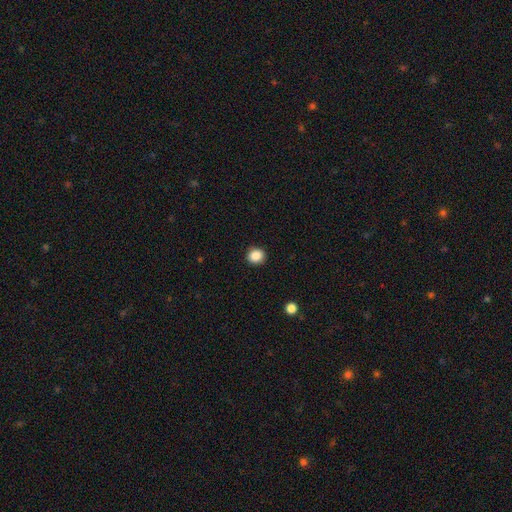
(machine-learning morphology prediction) Smooth or featured?
  - smooth: 86% *
  - star or artifact: 10%
  - featured or disk: 4%
How rounded?
  - round: 86% *
  - in between: 13%
  - cigar-shaped: 1%
Merging?
  - none: 92% *
  - minor disturbance: 6%
  - major disturbance: 2%
  - merger: 1%